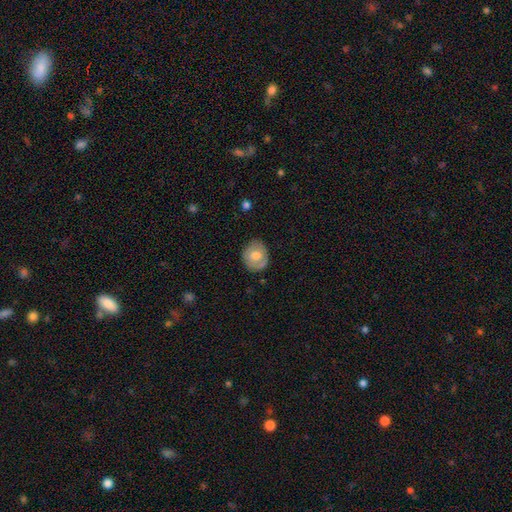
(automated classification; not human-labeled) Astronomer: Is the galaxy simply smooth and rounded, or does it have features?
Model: smooth — 59% (runner-up: featured or disk, 34%).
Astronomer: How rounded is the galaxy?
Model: round — 71%.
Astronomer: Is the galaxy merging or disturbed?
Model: none — 76%.